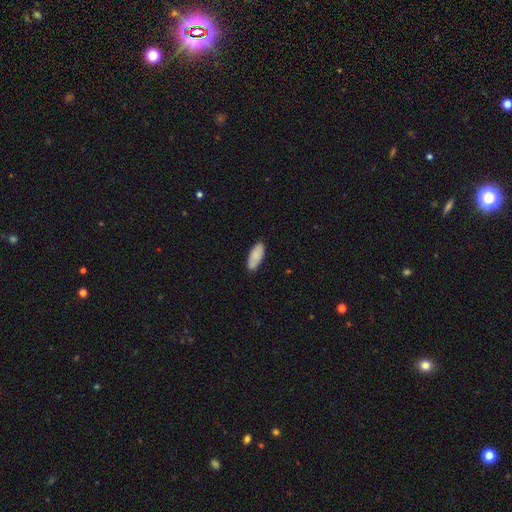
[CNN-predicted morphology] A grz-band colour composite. It shows a smooth galaxy with no disk features (86%) that is in between round and cigar-shaped (83%). Merging: none (84%).